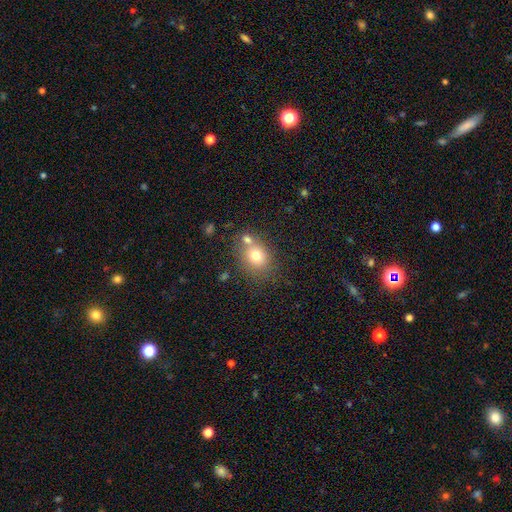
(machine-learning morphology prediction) Smooth or featured? Predicted: smooth (p=0.74). How rounded? Predicted: round (p=0.59). Merging? Predicted: none (p=0.56).